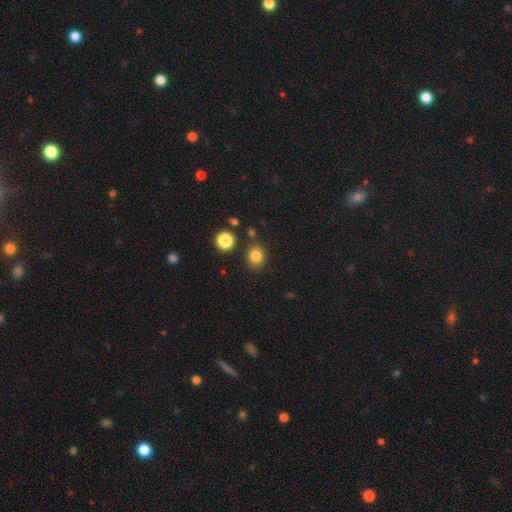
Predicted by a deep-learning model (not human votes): smooth 83%, star or artifact 12%, featured or disk 5%. Down the decision tree: how rounded — round (67%); merging — none (82%).